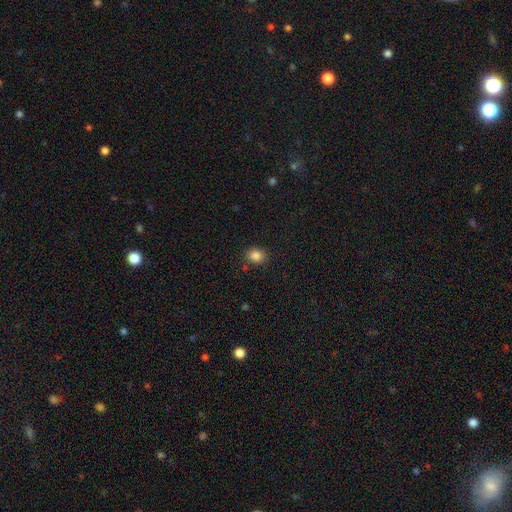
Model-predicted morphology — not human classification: Overall: smooth (85%). How rounded: round (62%; in between 38%). Merging: none (85%).